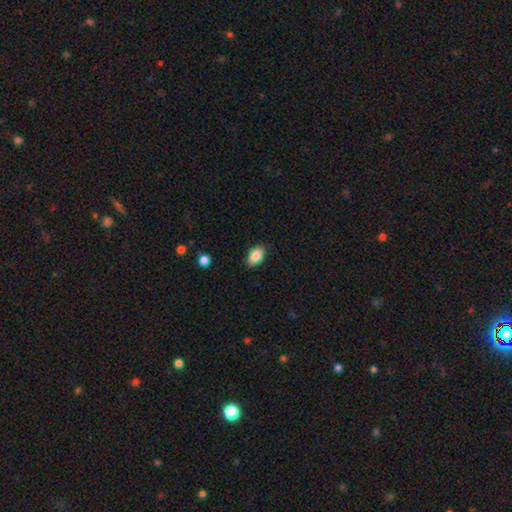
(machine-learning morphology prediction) The model was most divided on "merging": none: 86%, minor disturbance: 10%, major disturbance: 2%, merger: 1%. More confident: how rounded — in between (89%); smooth or featured — smooth (86%).